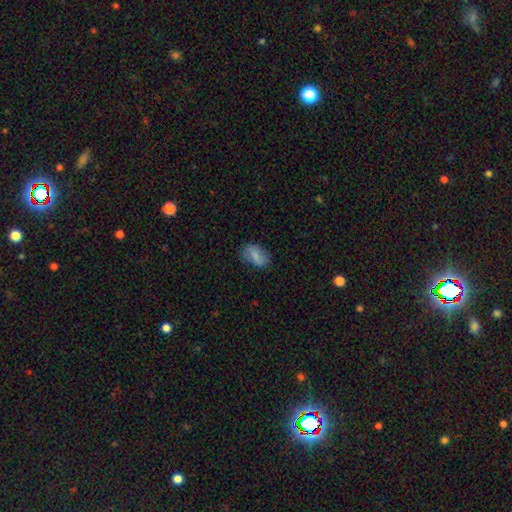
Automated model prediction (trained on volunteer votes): This is likely a smooth galaxy (74%). How rounded: clearly in between (87%). Merging: likely none (67%).